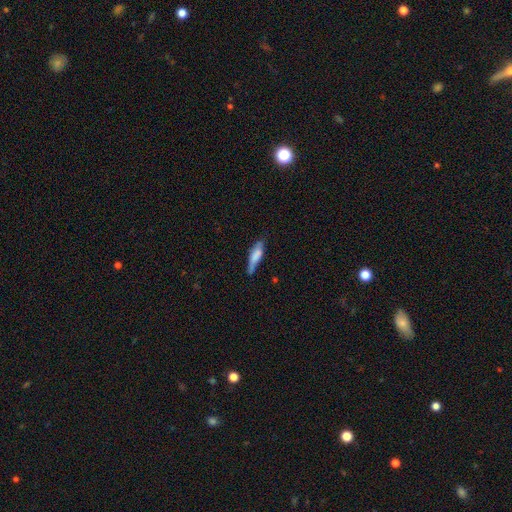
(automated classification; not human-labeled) Smooth or featured? Predicted: smooth (p=0.69). How rounded? Predicted: cigar-shaped (p=0.65). Merging? Predicted: none (p=0.58).